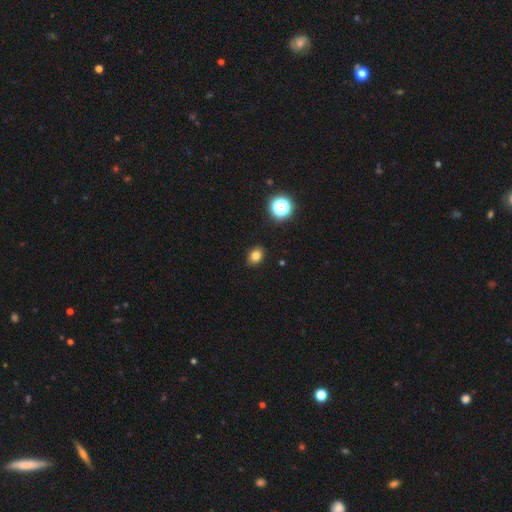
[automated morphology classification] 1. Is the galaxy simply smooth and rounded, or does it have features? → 79% smooth, 14% star or artifact, 7% featured or disk.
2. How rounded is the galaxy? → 65% in between, 34% round, 1% cigar-shaped.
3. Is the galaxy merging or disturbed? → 89% none, 8% minor disturbance, 2% major disturbance, 1% merger.